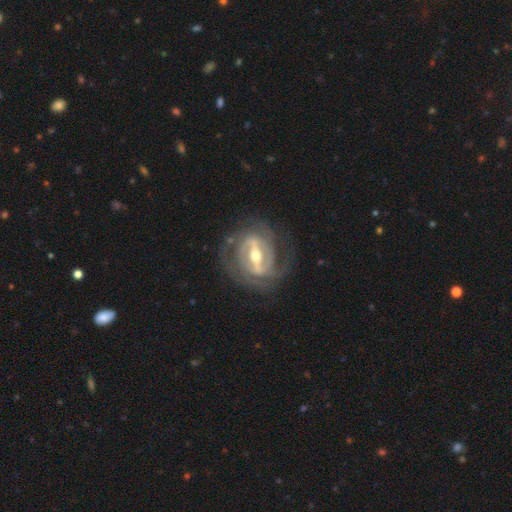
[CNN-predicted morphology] A featured or disk galaxy (90%) with a strong bar (74%), 2 (49%) tight (58%) spiral arms (92%) and a moderate central bulge (66%).

Vote fractions:
- Smooth or featured? featured or disk: 90% / smooth: 5% / star or artifact: 4%
- Edge-on disk? no: 94% / yes: 6%
- Bar? strong: 74% / weak: 20% / no: 6%
- Spiral arms? yes: 92% / no: 8%
- Spiral winding? tight: 58% / medium: 33% / loose: 10%
- Spiral arm count? 2: 49% / 3: 19% / can't tell: 18% / 4: 7% / 1: 4% / more than 4: 4%
- Bulge size? moderate: 66% / small: 26% / large: 6% / none: 1% / dominant: 1%
- Merging? none: 74% / minor disturbance: 15% / major disturbance: 10% / merger: 1%